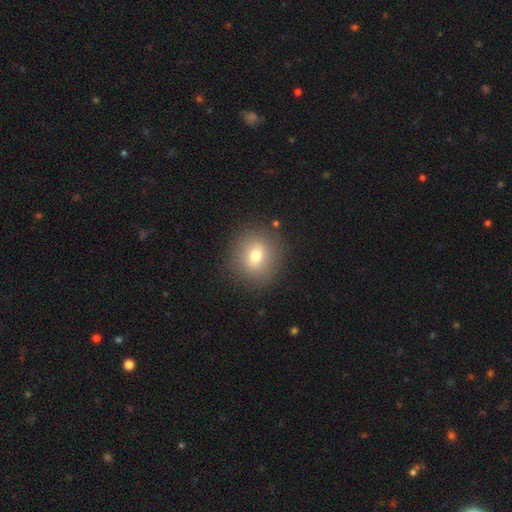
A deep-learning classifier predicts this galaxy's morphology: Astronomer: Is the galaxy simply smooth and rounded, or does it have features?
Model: smooth — 72%.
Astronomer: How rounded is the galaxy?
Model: round — 86%.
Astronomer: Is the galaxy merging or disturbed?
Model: none — 88%.